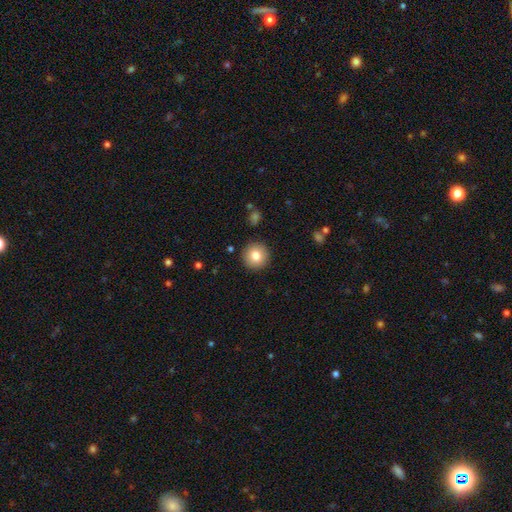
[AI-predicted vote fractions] A smooth galaxy with no disk features (81%) that is round (95%).

Vote fractions:
- Smooth or featured? smooth: 81% / featured or disk: 10% / star or artifact: 9%
- How rounded? round: 95% / in between: 4% / cigar-shaped: 1%
- Merging? none: 91% / minor disturbance: 6% / major disturbance: 2% / merger: 1%